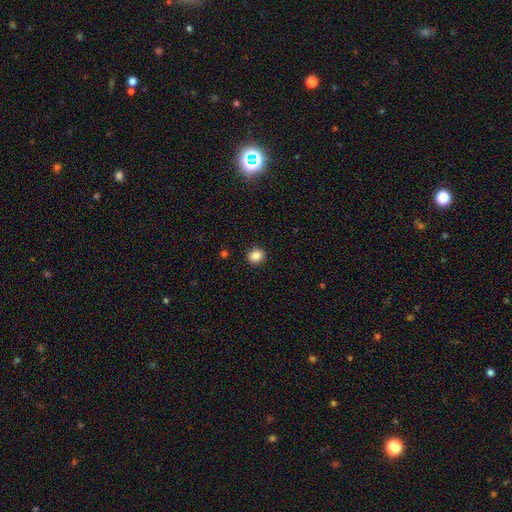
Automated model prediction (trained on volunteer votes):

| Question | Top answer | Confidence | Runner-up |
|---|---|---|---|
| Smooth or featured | smooth | 87% | star or artifact (10%) |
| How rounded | round | 86% | in between (13%) |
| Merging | none | 92% | minor disturbance (5%) |